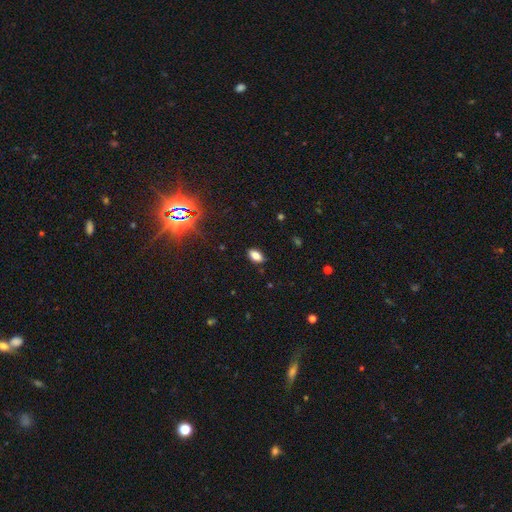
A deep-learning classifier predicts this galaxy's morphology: Smooth or featured: smooth — 79% (star or artifact — 12%)
How rounded: in between — 90% (cigar-shaped — 5%)
Merging: none — 85% (minor disturbance — 11%)